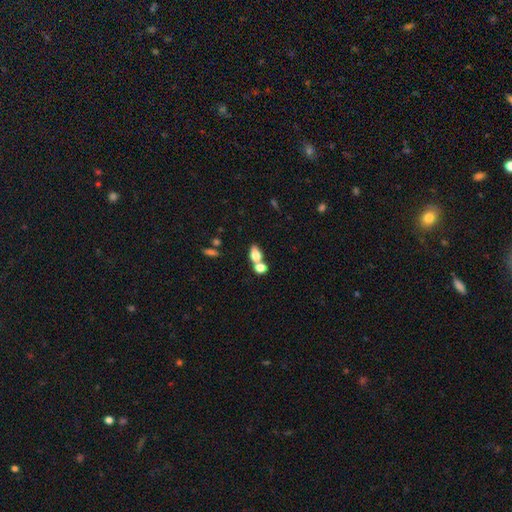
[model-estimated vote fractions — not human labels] Morphology: type=smooth (76%); roundness=in between (74%); merging=merger (47%).